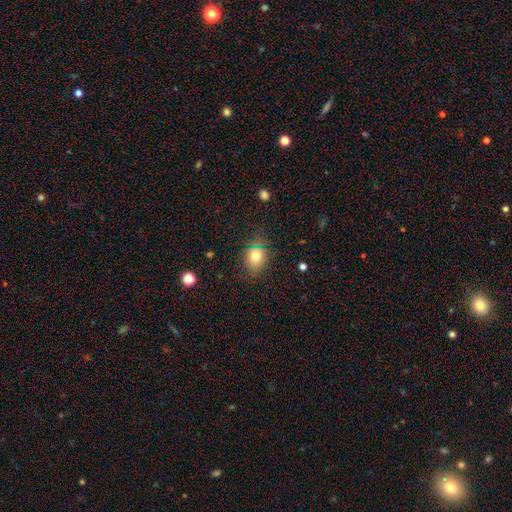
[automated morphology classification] Smooth or featured? smooth (75%)
How rounded? in between (49%, tied with round)
Merging? none (79%)